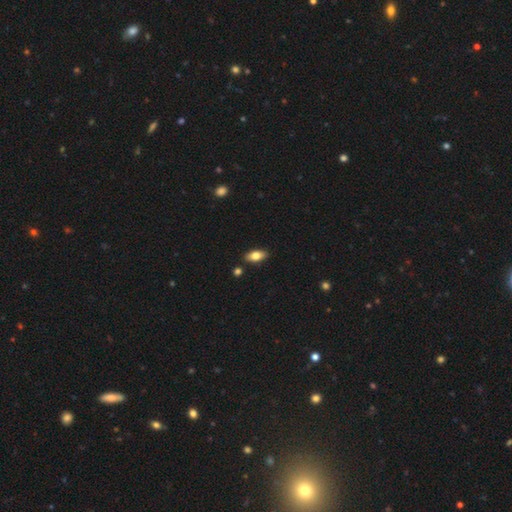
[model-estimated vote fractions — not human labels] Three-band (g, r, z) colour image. It shows a smooth galaxy with no disk features (73%) that is in between round and cigar-shaped (85%). Merging: none (86%).